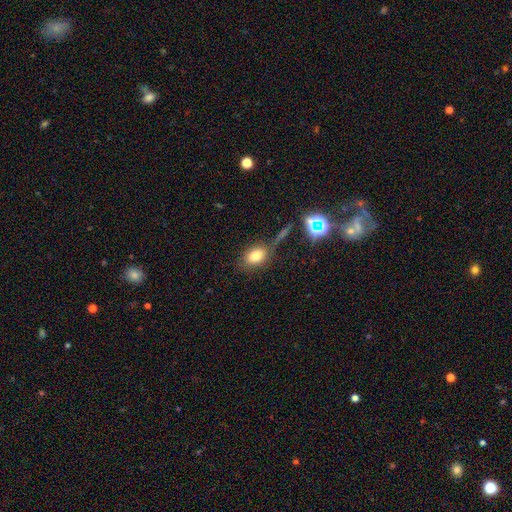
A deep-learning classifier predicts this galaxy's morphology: Smooth or featured: smooth — 77% (star or artifact — 13%)
How rounded: in between — 77% (round — 21%)
Merging: none — 70% (minor disturbance — 15%)